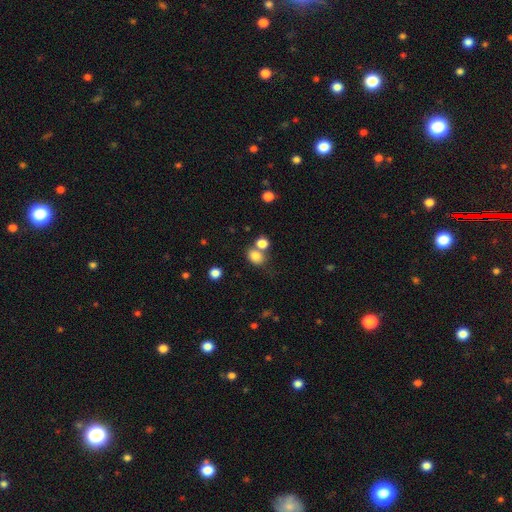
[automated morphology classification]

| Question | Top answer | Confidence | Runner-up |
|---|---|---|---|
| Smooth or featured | smooth | 81% | star or artifact (11%) |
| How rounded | in between | 53% | round (46%) |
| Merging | none | 52% | merger (31%) |